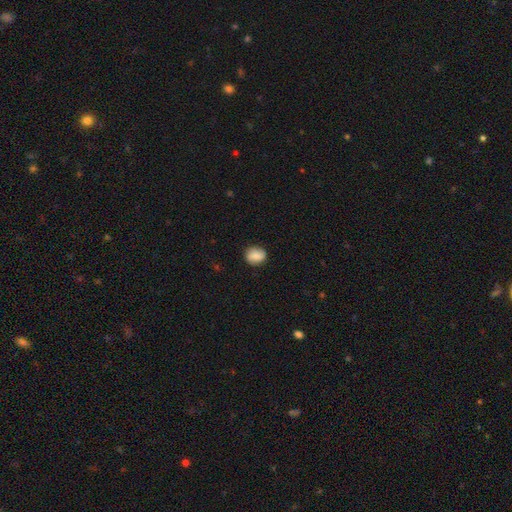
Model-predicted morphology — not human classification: type=smooth (80%); roundness=round (61%); merging=none (83%).